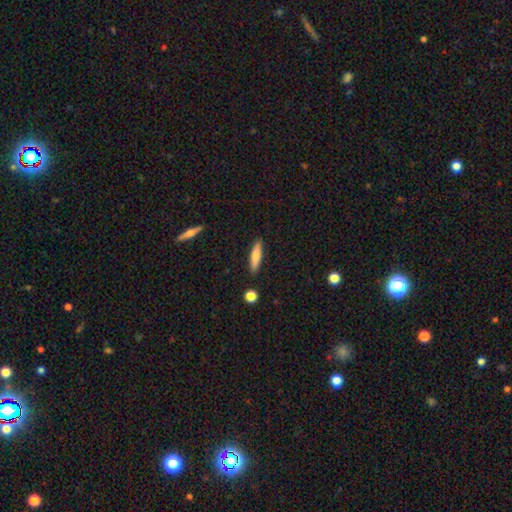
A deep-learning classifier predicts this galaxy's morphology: This is likely a smooth galaxy (76%). How rounded: likely cigar-shaped (75%). Merging: clearly none (88%).